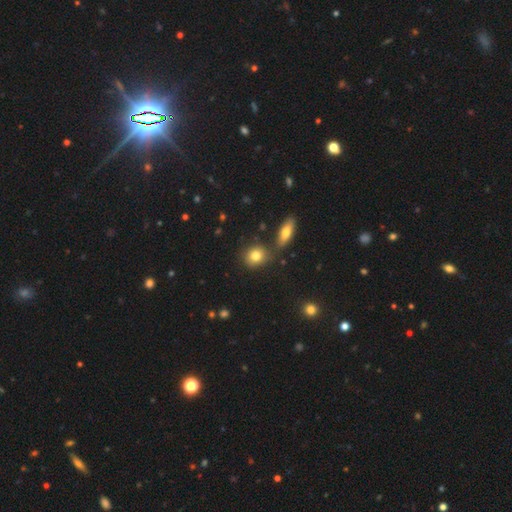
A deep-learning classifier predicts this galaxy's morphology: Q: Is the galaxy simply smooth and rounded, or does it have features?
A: smooth — 81%.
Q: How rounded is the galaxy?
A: round — 62%.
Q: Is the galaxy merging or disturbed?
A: none — 70%.